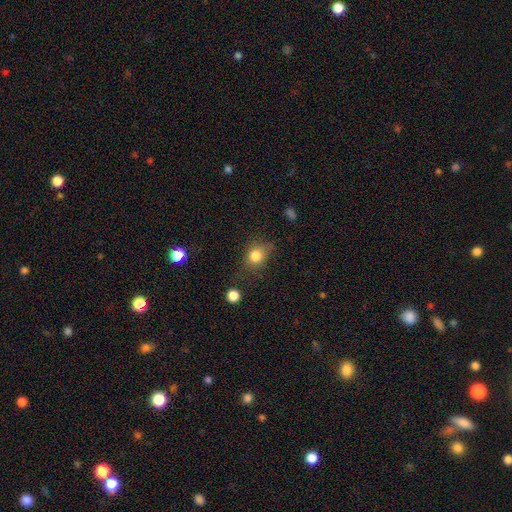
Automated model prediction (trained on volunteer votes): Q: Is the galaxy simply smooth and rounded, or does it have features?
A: smooth — 81%.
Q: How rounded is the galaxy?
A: round — 60%.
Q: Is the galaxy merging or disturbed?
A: none — 64%.